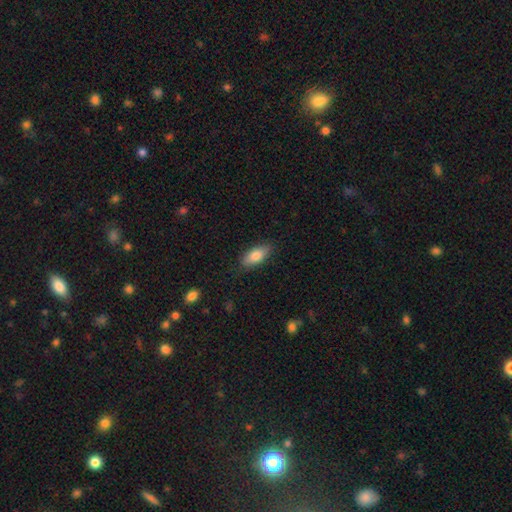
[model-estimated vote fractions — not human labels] Smooth or featured? Predicted: smooth (p=0.80). How rounded? Predicted: in between (p=0.83). Merging? Predicted: none (p=0.83).